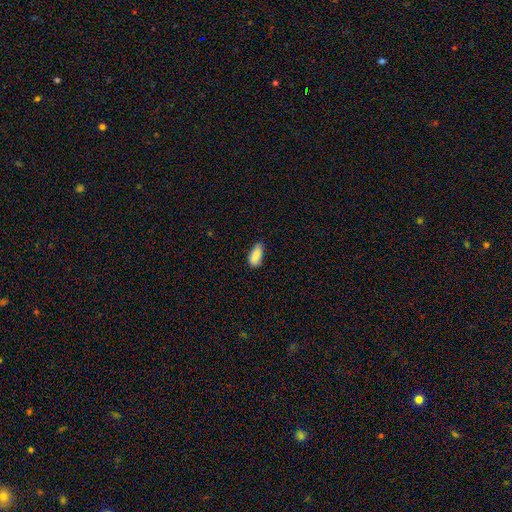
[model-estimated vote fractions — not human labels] Smooth or featured: smooth — 88% (star or artifact — 7%)
How rounded: in between — 90% (cigar-shaped — 8%)
Merging: none — 60% (minor disturbance — 33%)